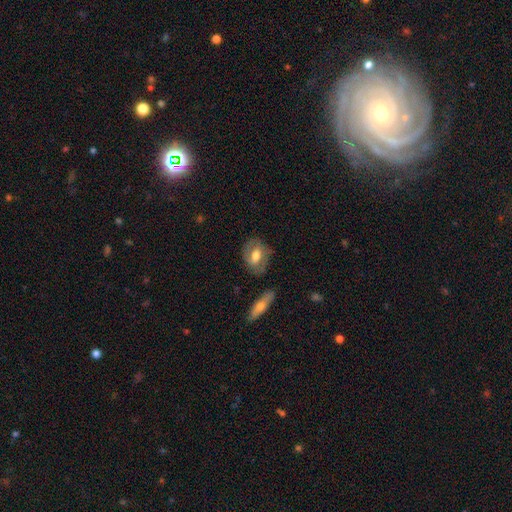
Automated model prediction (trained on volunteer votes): Smooth or featured?
  - featured or disk: 53% *
  - smooth: 41%
  - star or artifact: 6%
Edge-on disk?
  - no: 92% *
  - yes: 8%
Merging?
  - none: 74% *
  - minor disturbance: 17%
  - major disturbance: 6%
  - merger: 3%